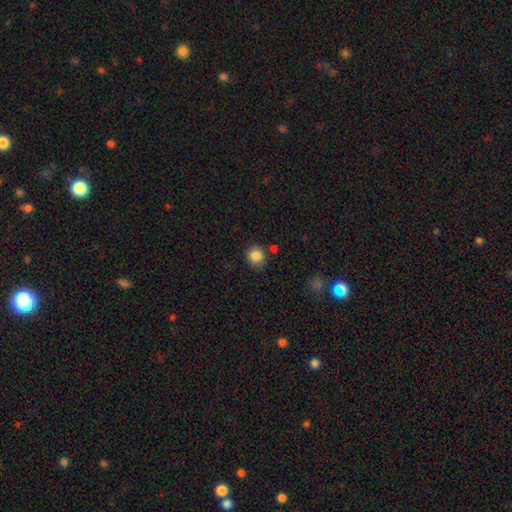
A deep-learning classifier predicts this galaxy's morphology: type=smooth (86%); roundness=round (85%); merging=none (79%).